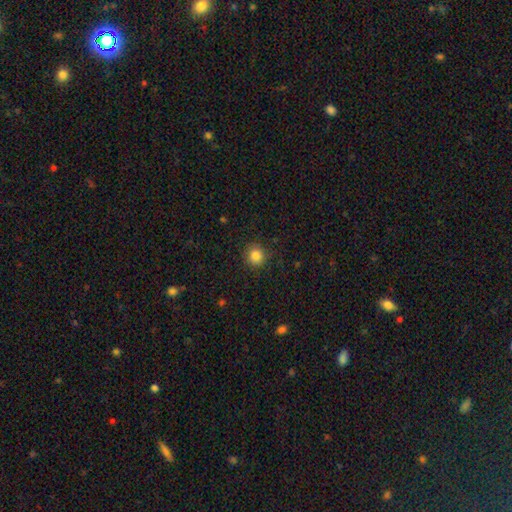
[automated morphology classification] This appears to be a smooth galaxy with no disk features (84%) that is round (92%). Merging: none (88%).